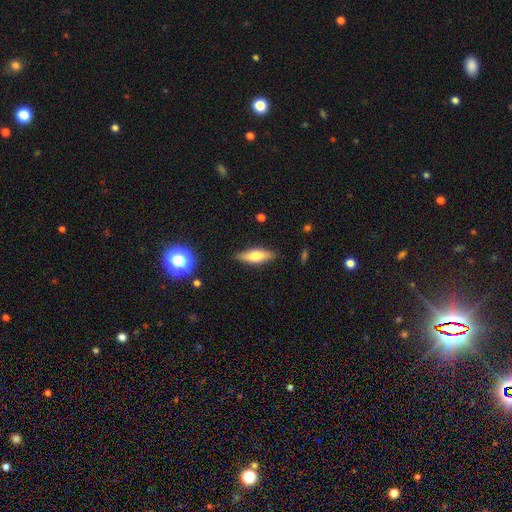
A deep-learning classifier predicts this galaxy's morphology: Overall: smooth (58%; featured or disk 34%). How rounded: in between (52%; cigar-shaped 46%). Merging: none (85%).